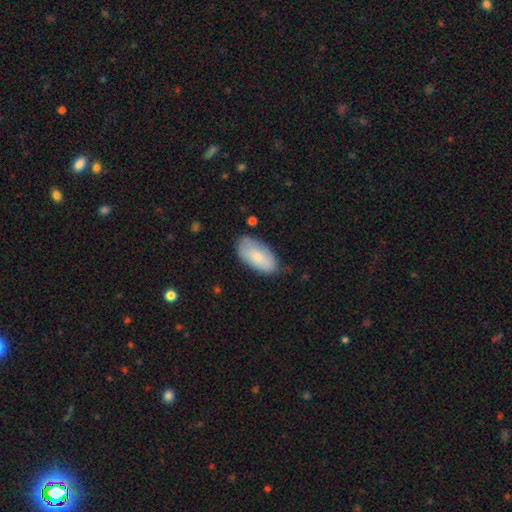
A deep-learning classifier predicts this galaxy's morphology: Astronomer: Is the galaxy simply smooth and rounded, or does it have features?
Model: smooth — 75%.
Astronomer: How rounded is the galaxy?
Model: in between — 95%.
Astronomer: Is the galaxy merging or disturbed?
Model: none — 75%.